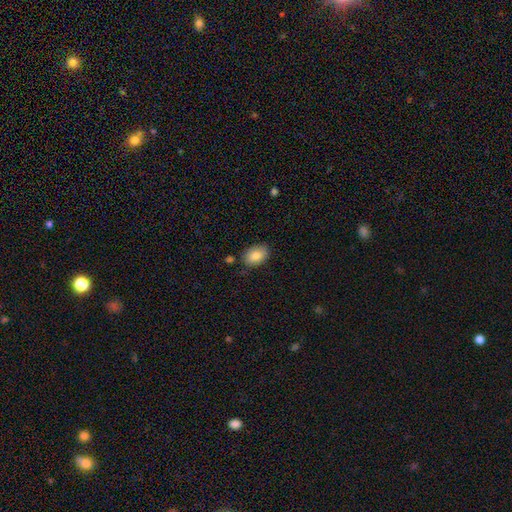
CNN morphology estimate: Smooth or featured? Predicted: smooth (p=0.85). How rounded? Predicted: in between (p=0.85). Merging? Predicted: none (p=0.80).